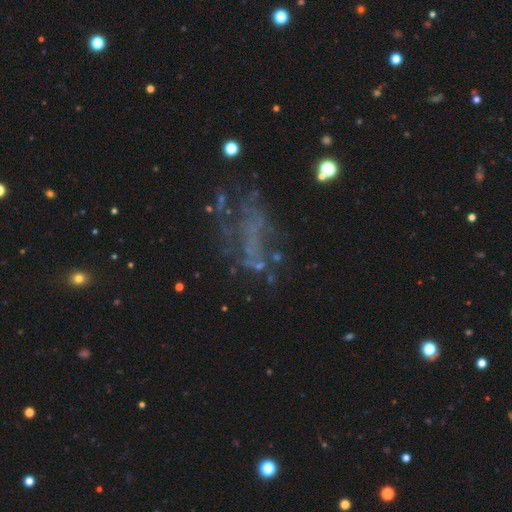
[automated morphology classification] Smooth or featured? Predicted: featured or disk (p=0.53). Edge-on disk? Predicted: no (p=0.95). Bar? Predicted: no (p=0.87). Spiral arms? Predicted: no (p=0.86). Bulge size? Predicted: none (p=0.82). Merging? Predicted: none (p=0.45).